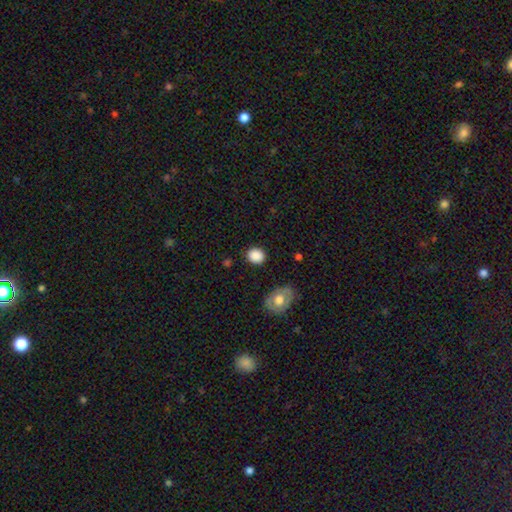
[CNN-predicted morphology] smooth_or_featured: smooth (p=0.86) [alt: star or artifact p=0.08]
how_rounded: round (p=0.64) [alt: in between p=0.35]
merging: none (p=0.85) [alt: minor disturbance p=0.10]